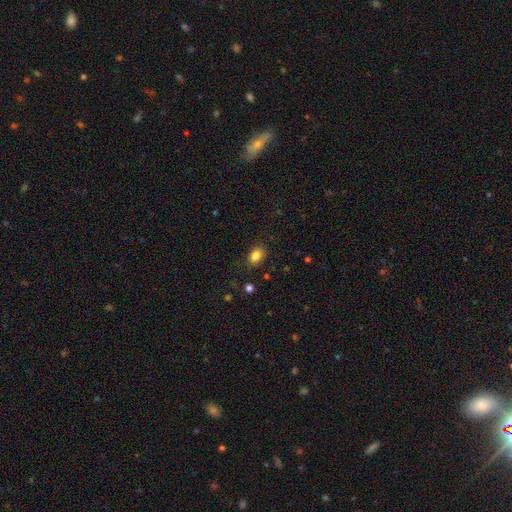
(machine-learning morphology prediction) Smooth or featured?
  - smooth: 84% *
  - star or artifact: 10%
  - featured or disk: 7%
How rounded?
  - in between: 77% *
  - round: 21%
  - cigar-shaped: 1%
Merging?
  - none: 83% *
  - minor disturbance: 12%
  - major disturbance: 3%
  - merger: 1%